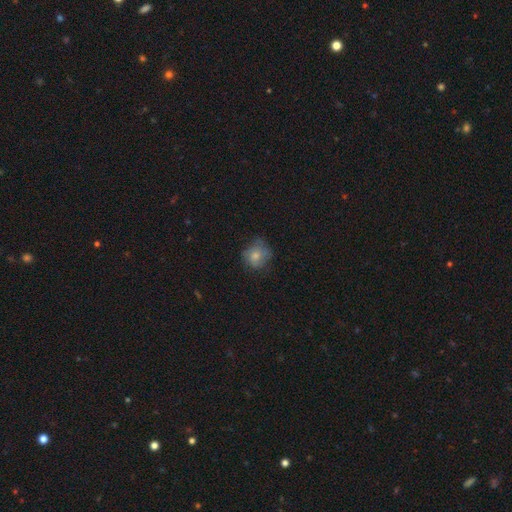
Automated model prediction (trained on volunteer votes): This is likely a smooth galaxy (70%). How rounded: likely round (77%). Merging: possibly none (60%).